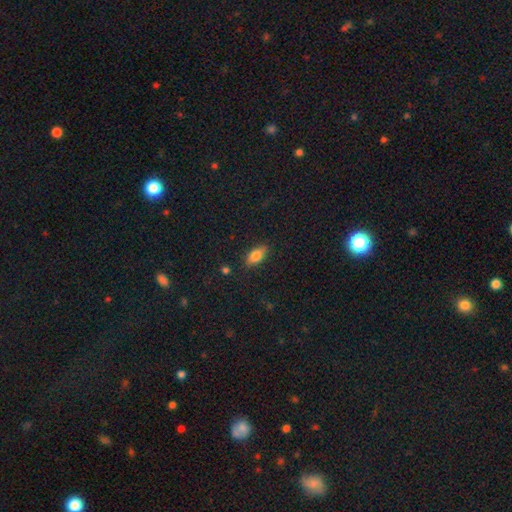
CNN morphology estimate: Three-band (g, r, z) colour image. It shows a smooth galaxy with no disk features (77%) that is in between round and cigar-shaped (86%). Merging: none (85%).